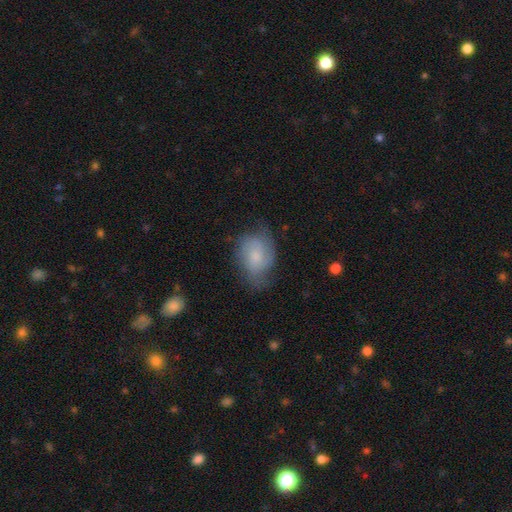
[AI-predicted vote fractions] Q: Smooth or featured?
A: smooth (52%); runner-up: featured or disk (40%)
Q: How rounded?
A: in between (62%); runner-up: round (37%)
Q: Merging?
A: none (56%); runner-up: minor disturbance (30%)